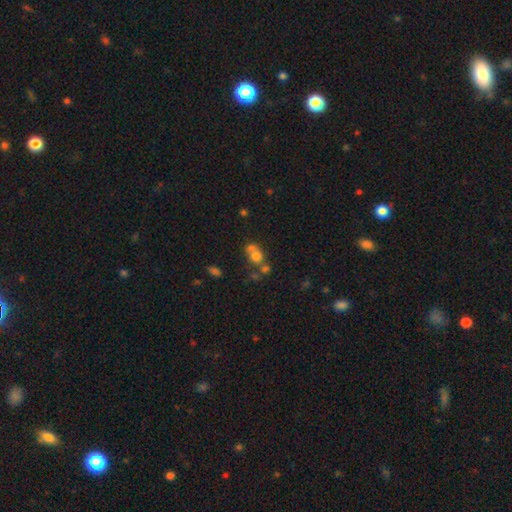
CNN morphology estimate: Smooth or featured?
  - smooth: 65% *
  - featured or disk: 19%
  - star or artifact: 16%
How rounded?
  - round: 74% *
  - in between: 25%
  - cigar-shaped: 1%
Merging?
  - merger: 51% *
  - none: 36%
  - minor disturbance: 8%
  - major disturbance: 5%